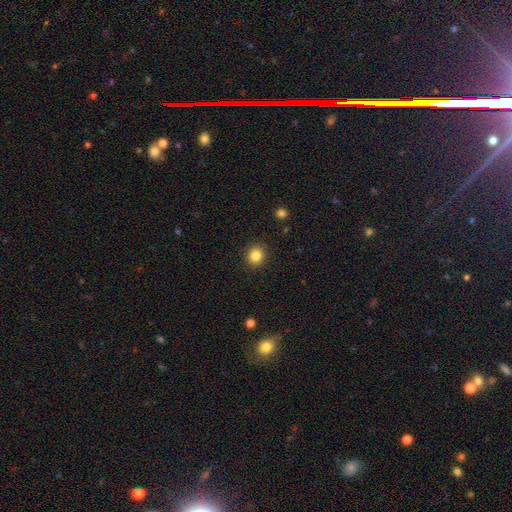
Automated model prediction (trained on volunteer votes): Q: Smooth or featured?
A: smooth (85%); runner-up: star or artifact (11%)
Q: How rounded?
A: round (85%); runner-up: in between (14%)
Q: Merging?
A: none (91%); runner-up: minor disturbance (6%)